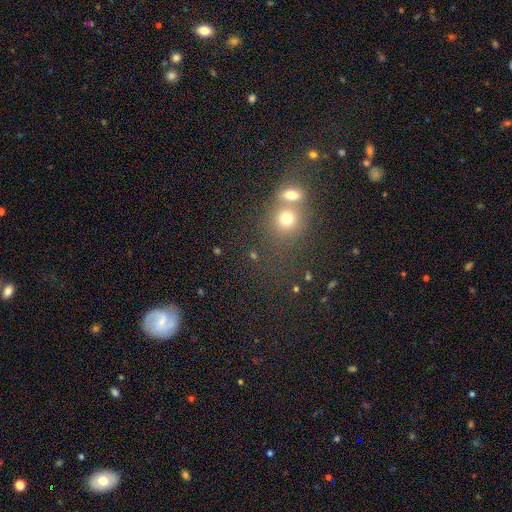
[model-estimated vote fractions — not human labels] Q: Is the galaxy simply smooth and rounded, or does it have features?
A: smooth — 57%.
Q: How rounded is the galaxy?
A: round — 80%.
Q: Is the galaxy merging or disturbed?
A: none — 55%.